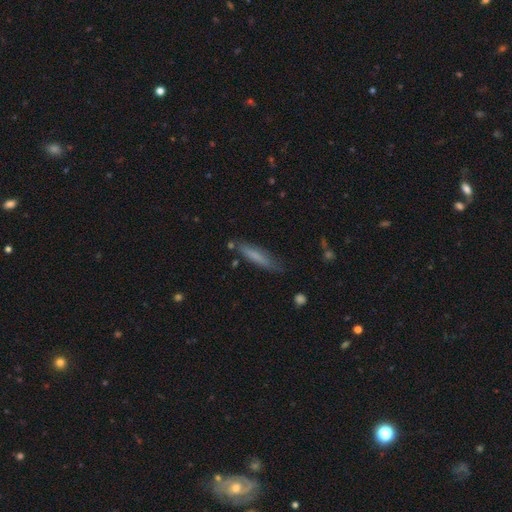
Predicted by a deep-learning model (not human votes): A smooth galaxy with no disk features (71%) that is cigar-shaped (85%).

Vote fractions:
- Smooth or featured? smooth: 71% / featured or disk: 22% / star or artifact: 7%
- How rounded? cigar-shaped: 85% / in between: 13% / round: 1%
- Merging? none: 75% / minor disturbance: 18% / major disturbance: 4% / merger: 3%